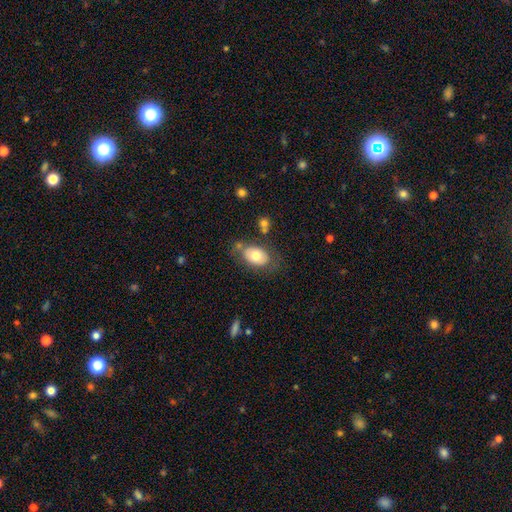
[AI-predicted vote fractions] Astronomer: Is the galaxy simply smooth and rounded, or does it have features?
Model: smooth — 72%.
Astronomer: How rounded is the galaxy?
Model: in between — 87%.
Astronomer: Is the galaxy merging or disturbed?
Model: none — 65%.